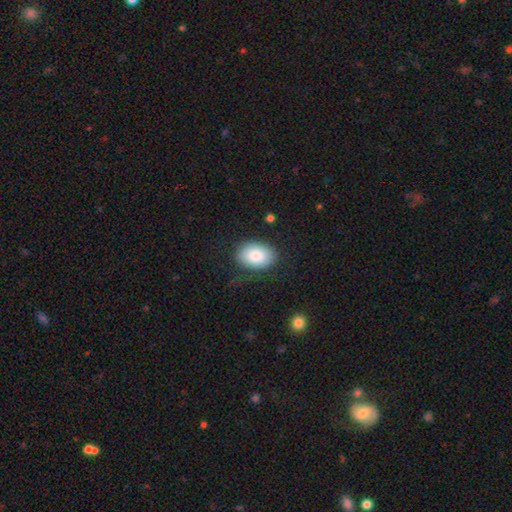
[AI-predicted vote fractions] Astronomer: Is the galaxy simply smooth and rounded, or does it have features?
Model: smooth — 83%.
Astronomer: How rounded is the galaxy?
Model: in between — 84%.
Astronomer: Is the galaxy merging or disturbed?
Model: none — 78%.